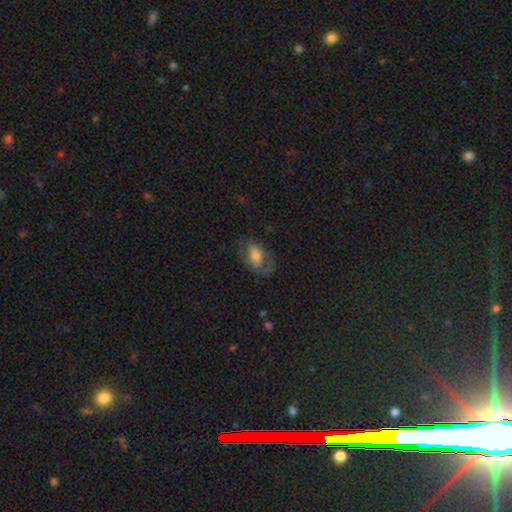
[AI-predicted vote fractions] Q: Smooth or featured?
A: smooth (52%); runner-up: featured or disk (39%)
Q: How rounded?
A: in between (83%); runner-up: round (14%)
Q: Merging?
A: none (57%); runner-up: minor disturbance (22%)